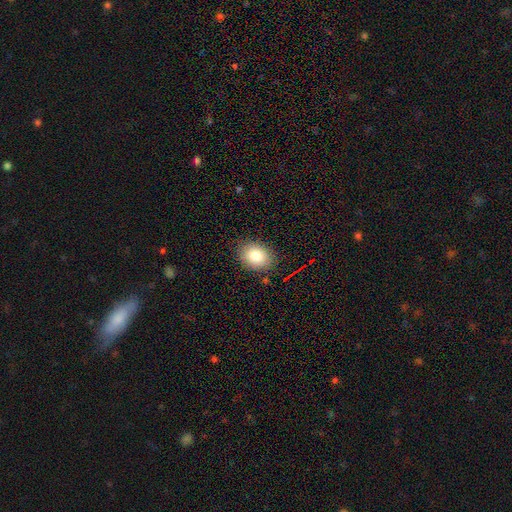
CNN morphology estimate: smooth 82%, star or artifact 9%, featured or disk 9%. Down the decision tree: how rounded — in between (57%); merging — none (84%).